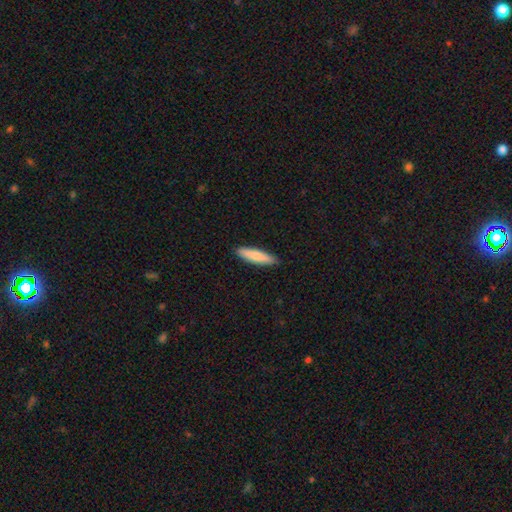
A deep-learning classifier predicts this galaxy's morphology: The model was most divided on "how rounded": cigar-shaped: 77%, in between: 22%, round: 1%. More confident: merging — none (89%); smooth or featured — smooth (81%).